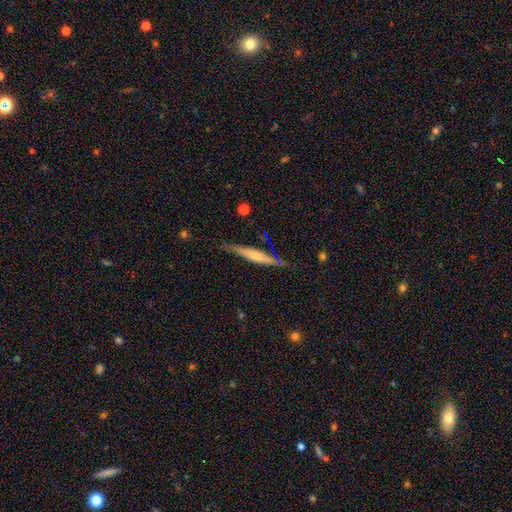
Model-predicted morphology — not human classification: featured or disk 61%, smooth 33%, star or artifact 6%. Down the decision tree: edge-on disk — yes (91%); edge-on bulge — rounded (65%); merging — none (76%).